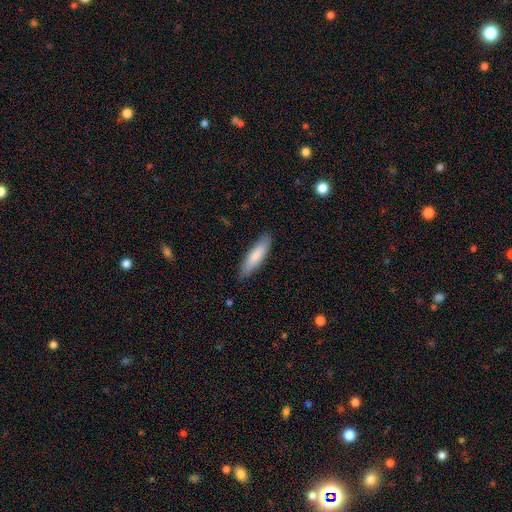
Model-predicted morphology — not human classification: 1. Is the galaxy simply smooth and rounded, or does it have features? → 81% smooth, 14% featured or disk, 5% star or artifact.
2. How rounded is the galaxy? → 67% cigar-shaped, 32% in between, 1% round.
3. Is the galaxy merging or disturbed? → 86% none, 11% minor disturbance, 2% major disturbance, 1% merger.